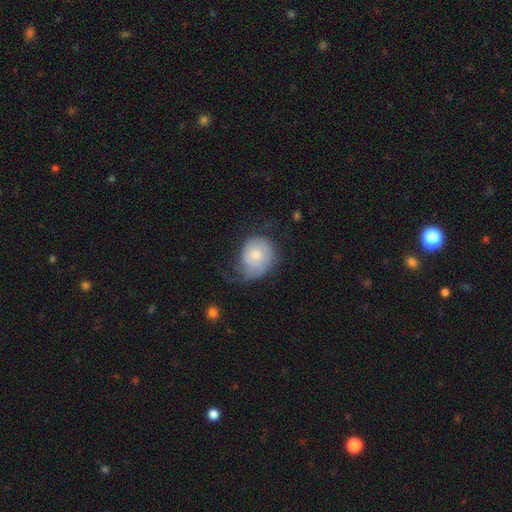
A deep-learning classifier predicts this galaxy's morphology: The model was most divided on "merging": major disturbance: 34%, none: 33%, minor disturbance: 31%, merger: 2%. More confident: how rounded — round (63%); smooth or featured — smooth (54%).